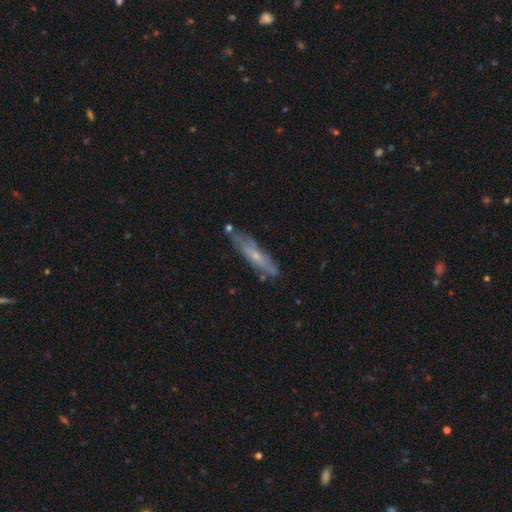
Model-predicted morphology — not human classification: Q: Smooth or featured?
A: featured or disk (53%); runner-up: smooth (40%)
Q: Edge-on disk?
A: yes (55%); runner-up: no (45%)
Q: Merging?
A: none (70%); runner-up: minor disturbance (20%)